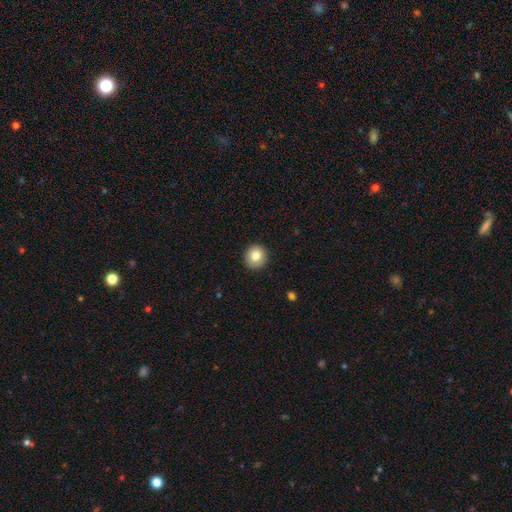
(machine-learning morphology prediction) Smooth or featured: smooth — 80% (featured or disk — 11%)
How rounded: round — 93% (in between — 6%)
Merging: none — 92% (minor disturbance — 6%)